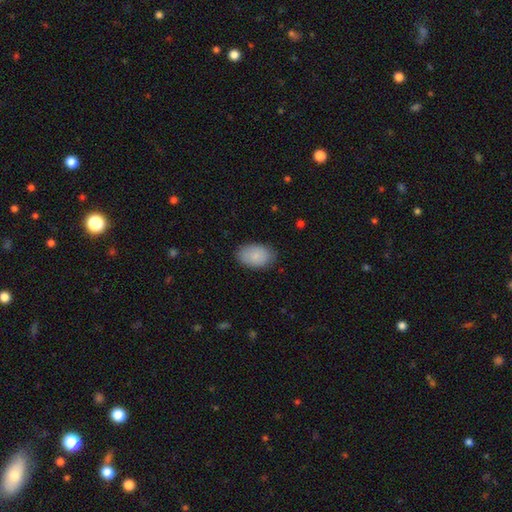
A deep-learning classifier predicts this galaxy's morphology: smooth-or-featured: smooth: 86% | featured or disk: 8% | star or artifact: 6%
  how-rounded: in between: 90% | round: 9% | cigar-shaped: 1%
  merging: none: 83% | minor disturbance: 14% | major disturbance: 3% | merger: 1%